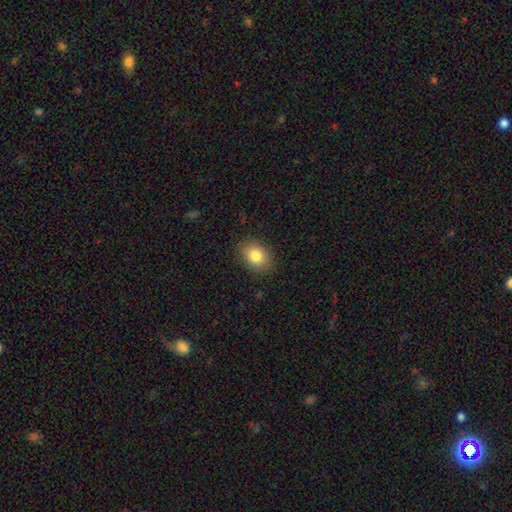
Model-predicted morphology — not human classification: A smooth galaxy with no disk features (83%) that is in between round and cigar-shaped (68%).

Vote fractions:
- Smooth or featured? smooth: 83% / star or artifact: 9% / featured or disk: 8%
- How rounded? in between: 68% / round: 31% / cigar-shaped: 1%
- Merging? none: 87% / minor disturbance: 9% / major disturbance: 3% / merger: 1%